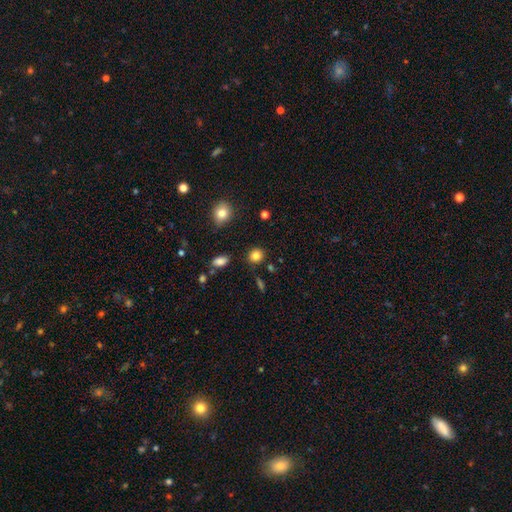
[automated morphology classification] Smooth or featured? Predicted: smooth (p=0.85). How rounded? Predicted: round (p=0.81). Merging? Predicted: none (p=0.87).